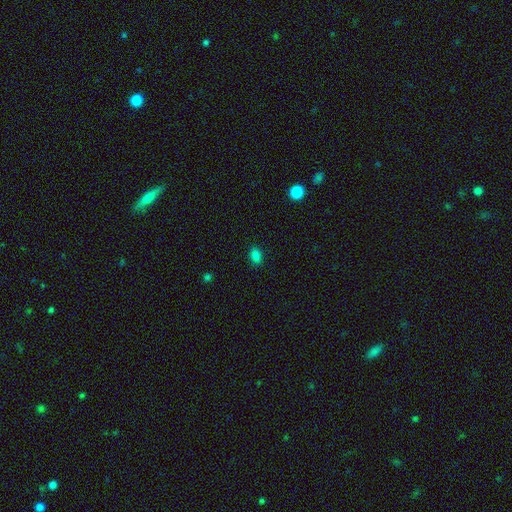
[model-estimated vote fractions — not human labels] A smooth galaxy with no disk features (83%) that is in between round and cigar-shaped (83%).

Vote fractions:
- Smooth or featured? smooth: 83% / star or artifact: 13% / featured or disk: 4%
- How rounded? in between: 83% / round: 15% / cigar-shaped: 2%
- Merging? none: 87% / minor disturbance: 9% / major disturbance: 2% / merger: 1%